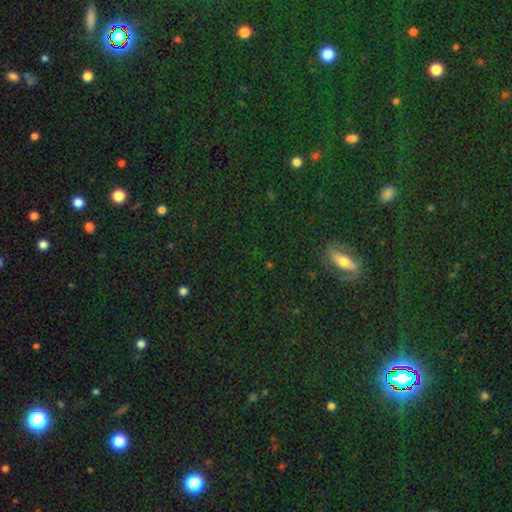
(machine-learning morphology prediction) Smooth or featured? star or artifact (59%)